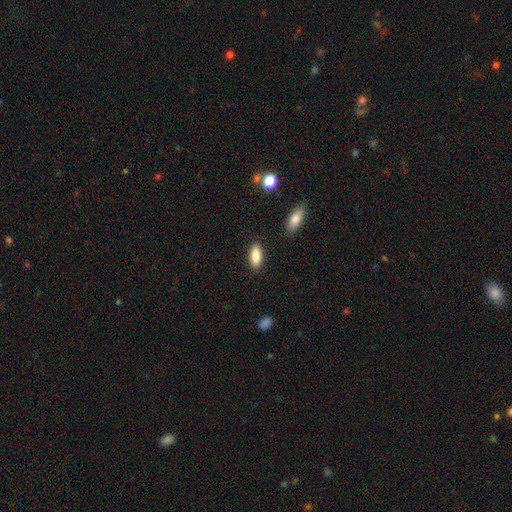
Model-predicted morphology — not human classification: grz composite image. It shows a smooth galaxy with no disk features (87%) that is in between round and cigar-shaped (79%). Merging: none (87%).